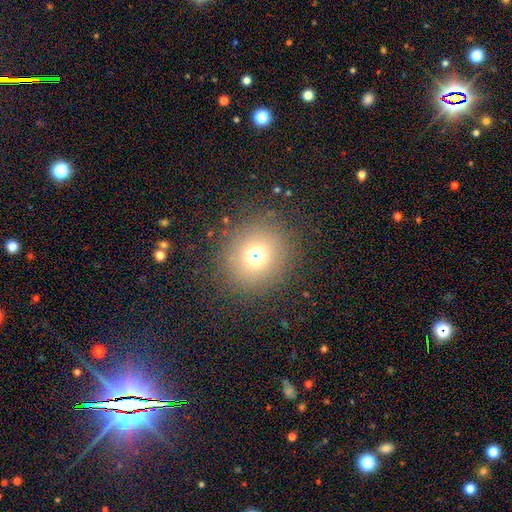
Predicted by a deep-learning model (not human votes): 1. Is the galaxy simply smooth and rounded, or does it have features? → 66% smooth, 24% star or artifact, 11% featured or disk.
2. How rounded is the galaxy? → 89% round, 10% in between, 1% cigar-shaped.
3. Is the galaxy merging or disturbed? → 84% none, 8% minor disturbance, 5% major disturbance, 3% merger.